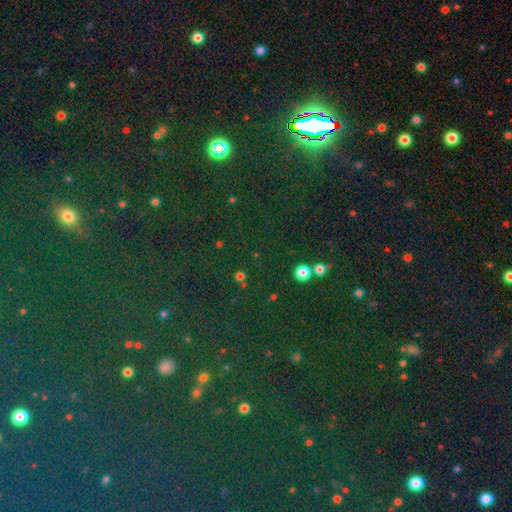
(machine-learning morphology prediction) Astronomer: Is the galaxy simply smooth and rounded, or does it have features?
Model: star or artifact — 77%.